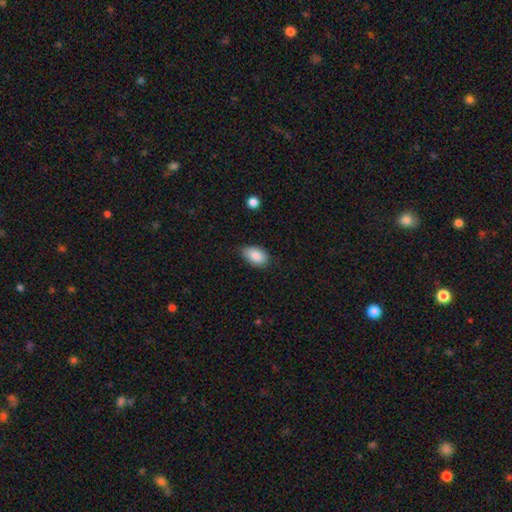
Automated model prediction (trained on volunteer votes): smooth-or-featured: smooth: 87% | star or artifact: 7% | featured or disk: 6%
  how-rounded: in between: 92% | round: 7% | cigar-shaped: 1%
  merging: none: 71% | minor disturbance: 24% | major disturbance: 3% | merger: 1%